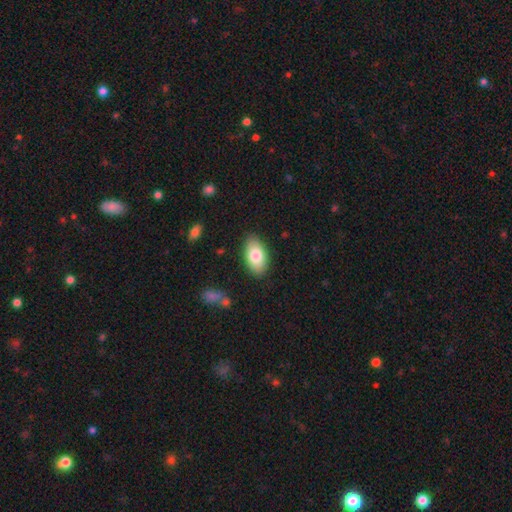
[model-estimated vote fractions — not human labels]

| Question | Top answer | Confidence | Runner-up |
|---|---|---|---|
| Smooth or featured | smooth | 81% | featured or disk (13%) |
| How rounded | in between | 94% | round (4%) |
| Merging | none | 86% | minor disturbance (11%) |